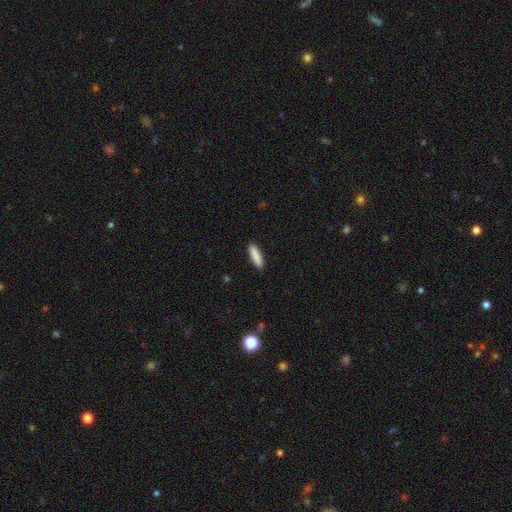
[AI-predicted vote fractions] A smooth galaxy with no disk features (89%) that is cigar-shaped (65%). Merging: none (90%).